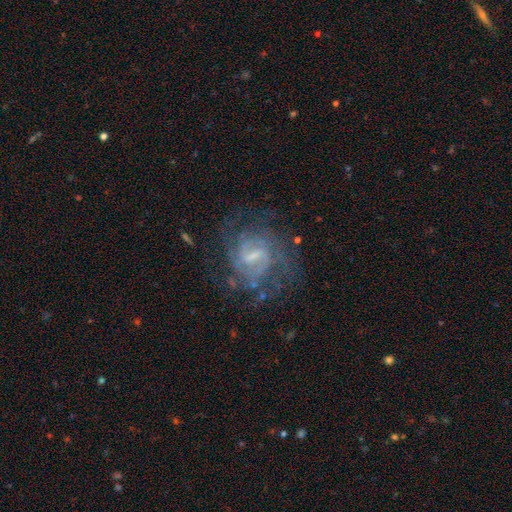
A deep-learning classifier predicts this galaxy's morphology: Smooth or featured? Predicted: featured or disk (p=0.78). Edge-on disk? Predicted: no (p=0.97). Bar? Predicted: weak (p=0.56). Spiral arms? Predicted: yes (p=0.90). Spiral winding? Predicted: tight (p=0.47). Spiral arm count? Predicted: can't tell (p=0.38). Bulge size? Predicted: small (p=0.45). Merging? Predicted: none (p=0.69).